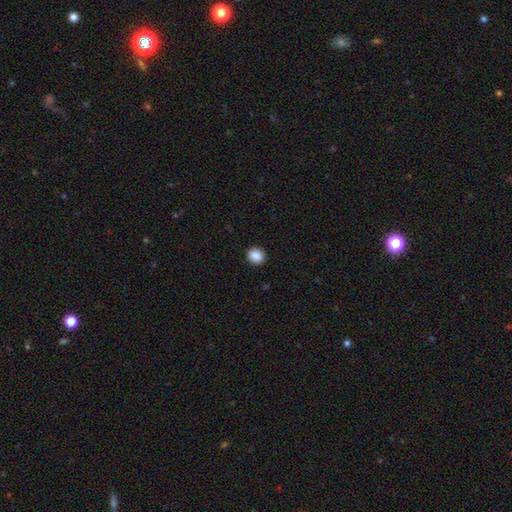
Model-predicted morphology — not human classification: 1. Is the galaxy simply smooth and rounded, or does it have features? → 89% smooth, 9% star or artifact, 3% featured or disk.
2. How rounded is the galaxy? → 75% round, 25% in between, 1% cigar-shaped.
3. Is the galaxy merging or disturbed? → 92% none, 6% minor disturbance, 2% major disturbance, 1% merger.